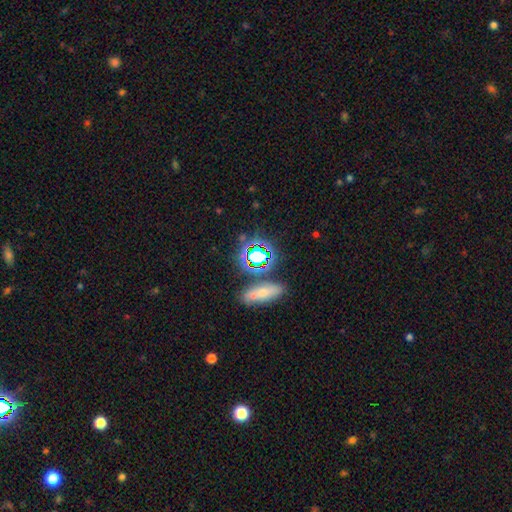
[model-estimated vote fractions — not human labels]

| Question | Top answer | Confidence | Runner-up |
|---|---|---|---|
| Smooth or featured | star or artifact | 53% | smooth (35%) |